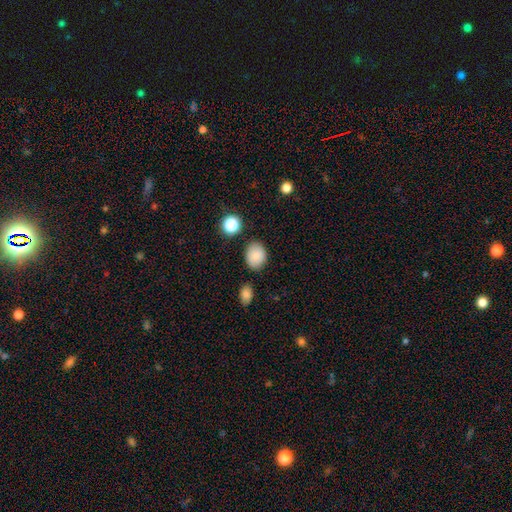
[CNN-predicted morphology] This appears to be a smooth galaxy with no disk features (84%) that is in between round and cigar-shaped (62%). Merging: none (81%).